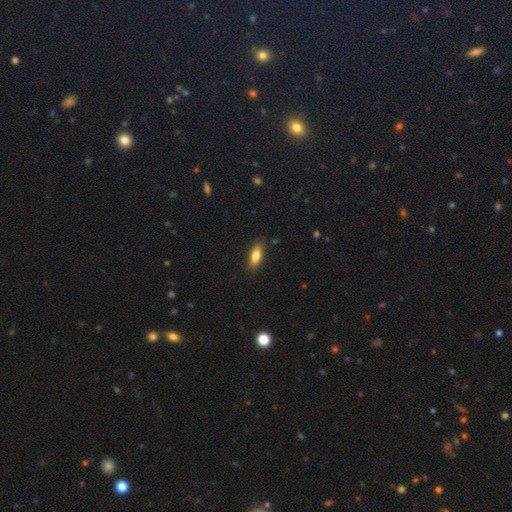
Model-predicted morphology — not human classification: Smooth or featured: smooth — 82% (featured or disk — 11%)
How rounded: in between — 74% (cigar-shaped — 23%)
Merging: none — 84% (minor disturbance — 12%)